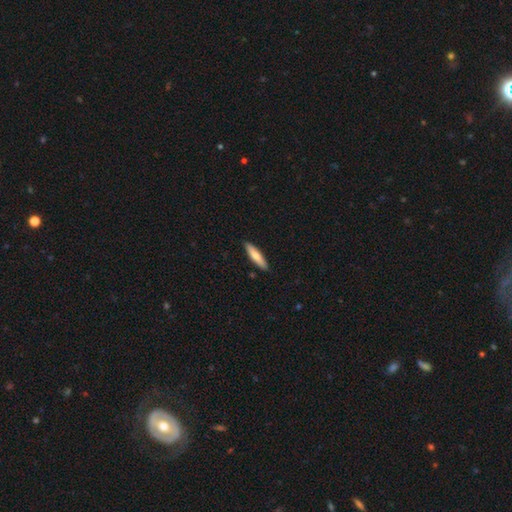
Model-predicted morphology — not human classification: A smooth galaxy with no disk features (70%) that is cigar-shaped (78%). Merging: none (89%).